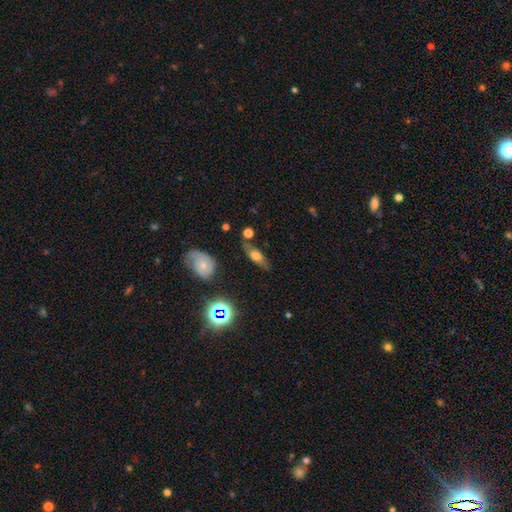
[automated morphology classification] This is possibly a smooth galaxy (50%). How rounded: likely in between (63%). Merging: likely none (67%).